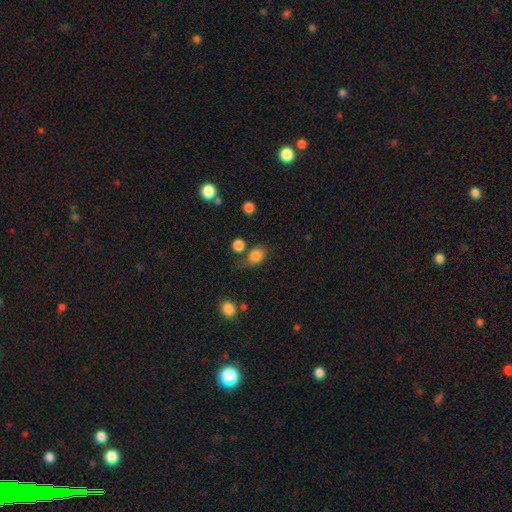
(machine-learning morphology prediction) This is clearly a smooth galaxy (83%). How rounded: likely in between (62%). Merging: likely none (64%).